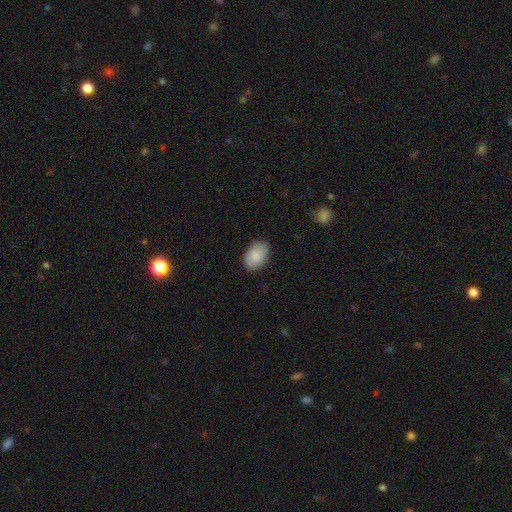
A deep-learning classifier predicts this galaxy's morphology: A smooth galaxy with no disk features (86%) that is in between round and cigar-shaped (87%). Merging: none (86%).